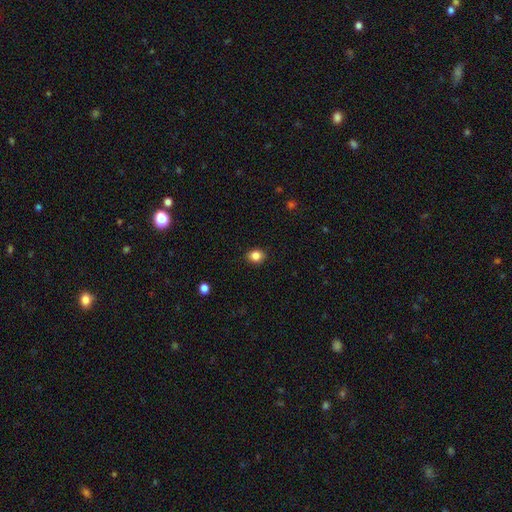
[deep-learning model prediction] smooth_or_featured: smooth (p=0.85) [alt: star or artifact p=0.11]
how_rounded: round (p=0.63) [alt: in between p=0.36]
merging: none (p=0.88) [alt: minor disturbance p=0.09]